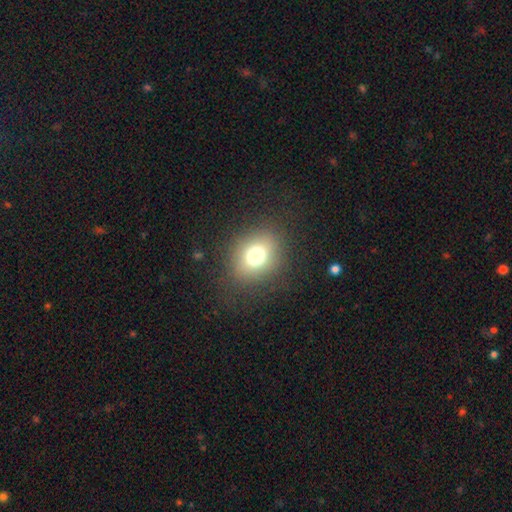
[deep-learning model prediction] Smooth or featured? Predicted: smooth (p=0.73). How rounded? Predicted: round (p=0.60). Merging? Predicted: none (p=0.84).